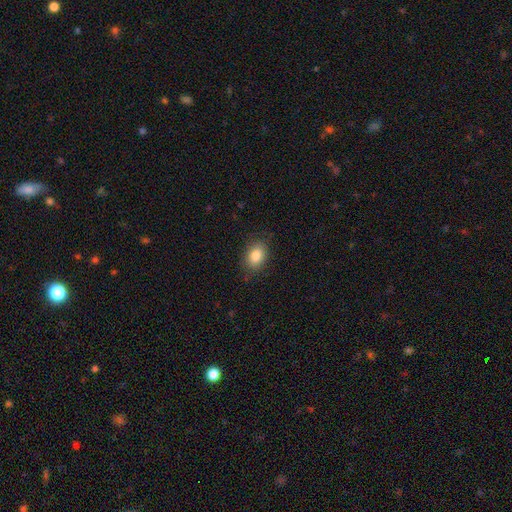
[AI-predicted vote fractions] Smooth or featured: smooth — 84% (star or artifact — 8%)
How rounded: in between — 80% (round — 19%)
Merging: none — 84% (minor disturbance — 12%)